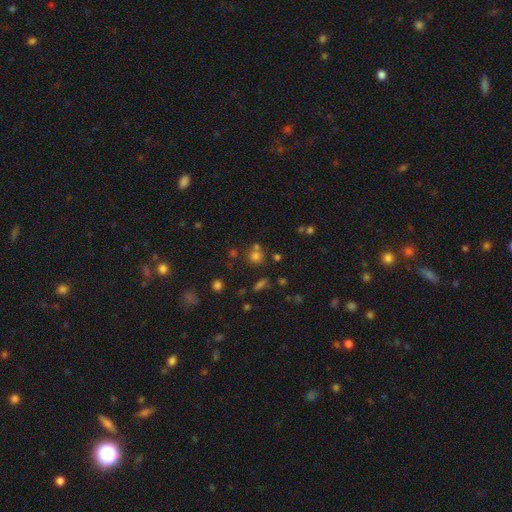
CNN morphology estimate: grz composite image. It shows a smooth galaxy with no disk features (68%) that is round (88%). Merging: none (66%).